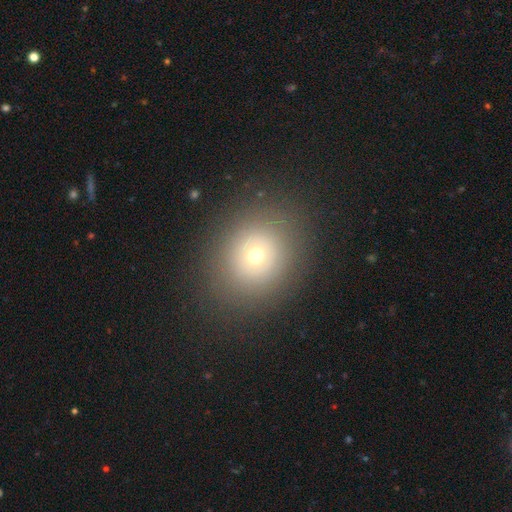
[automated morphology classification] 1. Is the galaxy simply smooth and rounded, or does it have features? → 56% smooth, 31% featured or disk, 13% star or artifact.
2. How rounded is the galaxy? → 79% round, 20% in between, 1% cigar-shaped.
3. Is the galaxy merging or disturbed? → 84% none, 9% minor disturbance, 6% major disturbance, 1% merger.